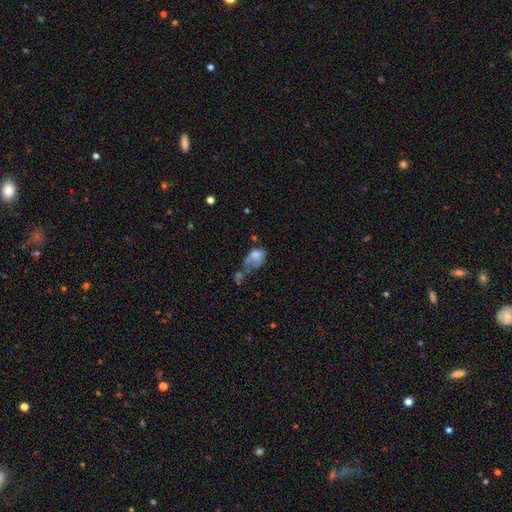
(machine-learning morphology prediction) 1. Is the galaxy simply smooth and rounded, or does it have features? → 59% smooth, 29% featured or disk, 12% star or artifact.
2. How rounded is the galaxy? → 76% in between, 22% round, 2% cigar-shaped.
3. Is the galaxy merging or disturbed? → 37% merger, 32% major disturbance, 15% minor disturbance, 15% none.